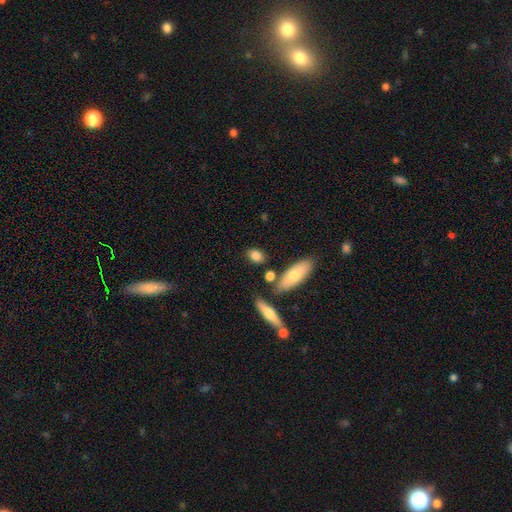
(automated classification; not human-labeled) smooth_or_featured: smooth (p=0.82) [alt: featured or disk p=0.10]
how_rounded: in between (p=0.71) [alt: round p=0.21]
merging: none (p=0.73) [alt: minor disturbance p=0.13]